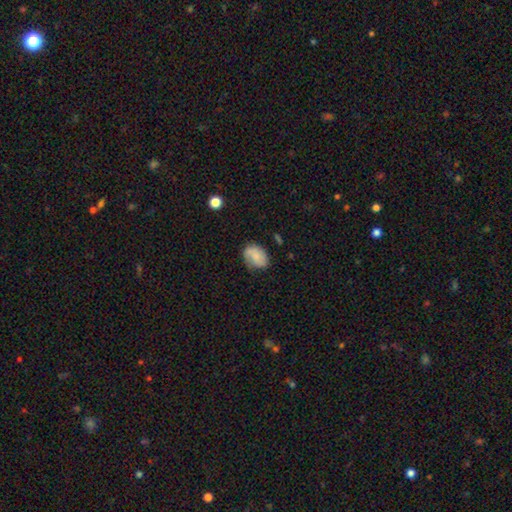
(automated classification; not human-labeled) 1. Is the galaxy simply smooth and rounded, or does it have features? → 63% smooth, 29% featured or disk, 8% star or artifact.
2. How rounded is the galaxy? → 70% in between, 29% round, 1% cigar-shaped.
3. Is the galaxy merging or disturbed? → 60% none, 27% minor disturbance, 10% major disturbance, 2% merger.